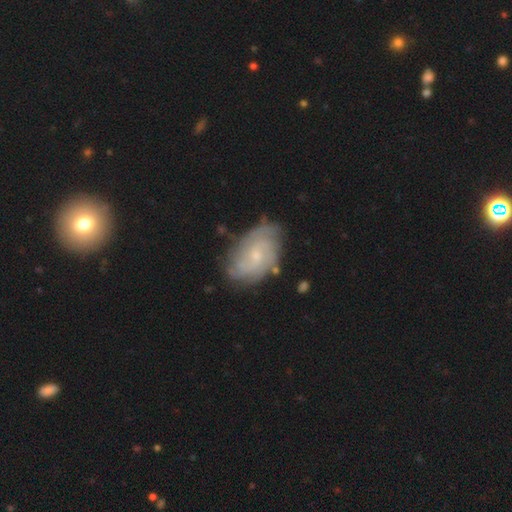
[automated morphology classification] This is likely a featured or disk galaxy (71%). It is clearly not viewed edge-on (96%). Bar: likely no (67%). Spiral arm pattern: clearly yes (88%). Spiral arm count: possibly can't tell (49%). Spiral winding: possibly tight (56%). Central bulge: likely small (70%). Merging: likely none (70%).